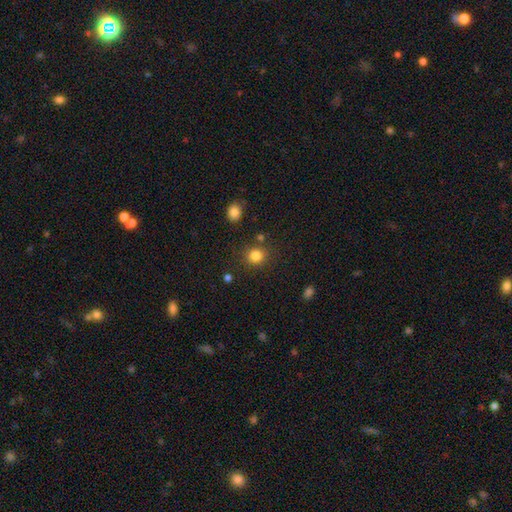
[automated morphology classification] Smooth or featured?
  - smooth: 83% *
  - star or artifact: 12%
  - featured or disk: 5%
How rounded?
  - round: 87% *
  - in between: 12%
  - cigar-shaped: 1%
Merging?
  - none: 84% *
  - minor disturbance: 9%
  - merger: 5%
  - major disturbance: 3%